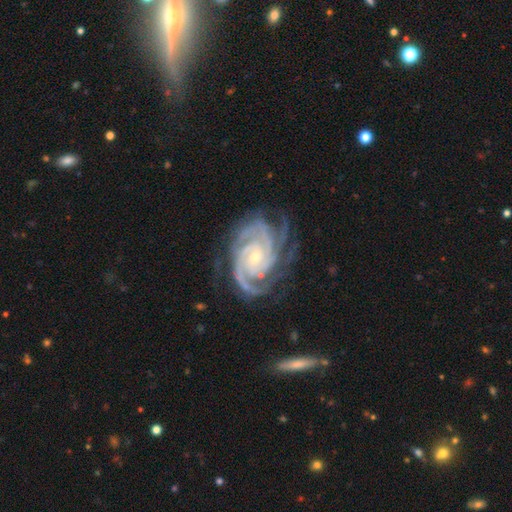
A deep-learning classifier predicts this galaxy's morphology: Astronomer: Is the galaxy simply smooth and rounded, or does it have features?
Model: featured or disk — 94%.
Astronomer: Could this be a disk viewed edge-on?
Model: no — 98%.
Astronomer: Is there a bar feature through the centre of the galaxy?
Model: no — 65%.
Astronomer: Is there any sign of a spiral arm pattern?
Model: yes — 99%.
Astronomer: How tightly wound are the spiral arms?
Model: tight — 73%.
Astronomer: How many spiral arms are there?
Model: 3 — 32% (runner-up: 4, 29%).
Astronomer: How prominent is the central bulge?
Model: small — 71%.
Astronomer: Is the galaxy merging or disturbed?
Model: none — 72%.